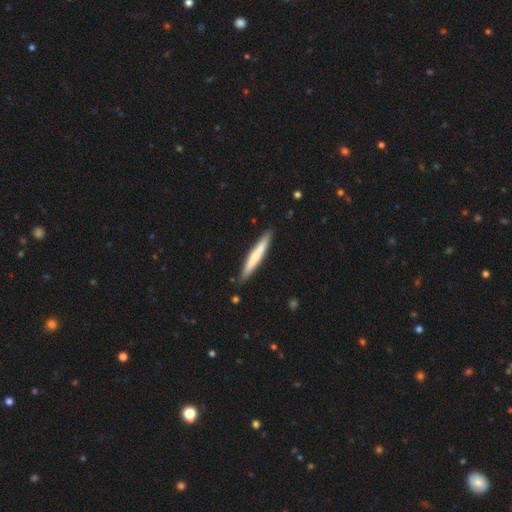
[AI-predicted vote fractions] This appears to be a smooth galaxy with no disk features (61%) that is cigar-shaped (95%). Merging: none (89%).